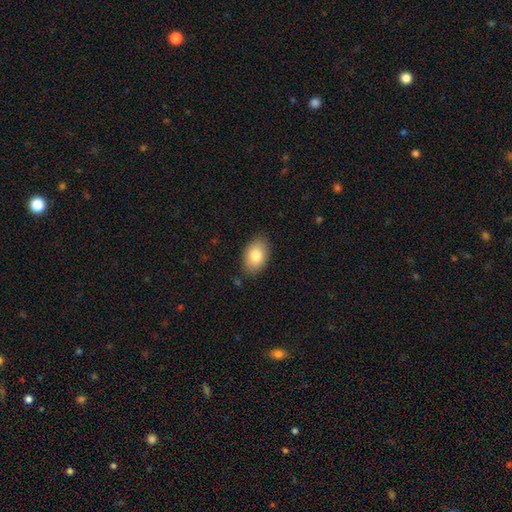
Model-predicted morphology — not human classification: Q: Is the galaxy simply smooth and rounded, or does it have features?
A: smooth — 83%.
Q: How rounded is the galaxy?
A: in between — 88%.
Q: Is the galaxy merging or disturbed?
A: none — 83%.